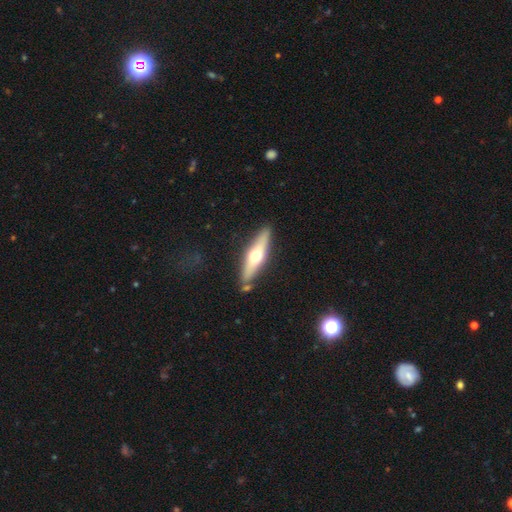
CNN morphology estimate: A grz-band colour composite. It shows a featured or disk galaxy (53%) viewed edge-on (90%). Merging: none (82%).